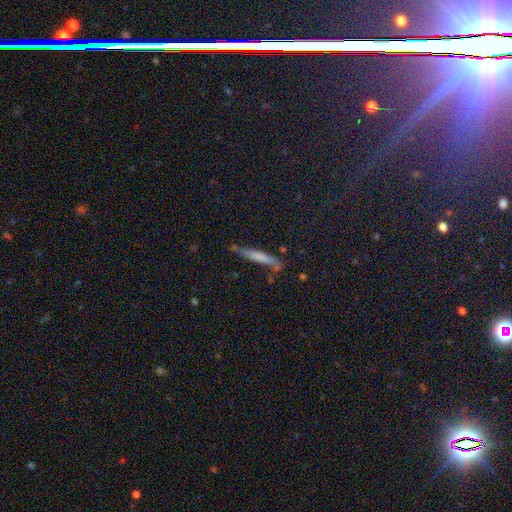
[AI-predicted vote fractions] Smooth or featured: smooth — 51% (featured or disk — 34%)
How rounded: cigar-shaped — 93% (in between — 5%)
Merging: none — 72% (minor disturbance — 19%)